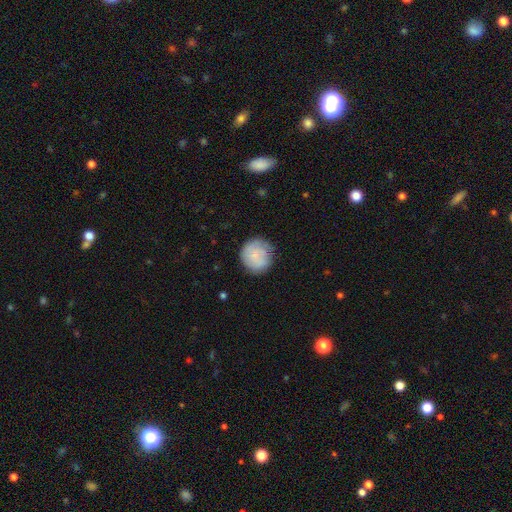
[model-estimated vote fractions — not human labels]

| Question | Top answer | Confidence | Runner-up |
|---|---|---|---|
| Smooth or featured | smooth | 64% | featured or disk (29%) |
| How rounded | round | 92% | in between (7%) |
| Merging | none | 77% | minor disturbance (16%) |